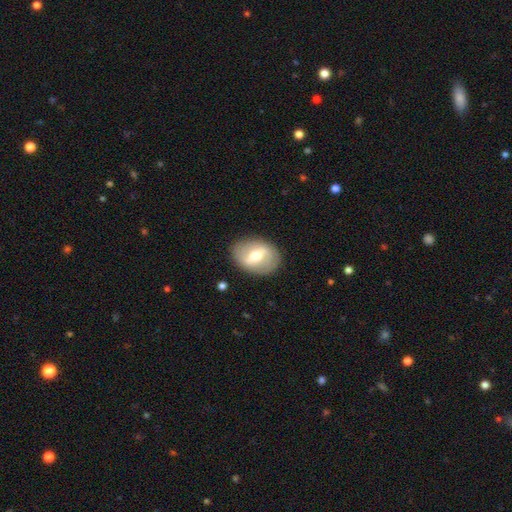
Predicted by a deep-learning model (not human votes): smooth_or_featured: featured or disk (p=0.55) [alt: smooth p=0.38]
disk_edge_on: no (p=0.90) [alt: yes p=0.10]
bar: strong (p=0.49) [alt: weak p=0.38]
has_spiral_arms: no (p=0.69) [alt: yes p=0.31]
bulge_size: moderate (p=0.71) [alt: small p=0.14]
merging: none (p=0.85) [alt: minor disturbance p=0.10]